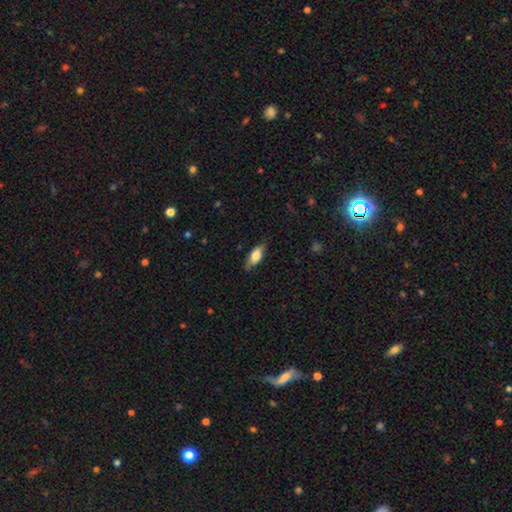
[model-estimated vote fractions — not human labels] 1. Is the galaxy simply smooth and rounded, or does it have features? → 72% smooth, 22% featured or disk, 6% star or artifact.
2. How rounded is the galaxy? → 76% in between, 21% cigar-shaped, 3% round.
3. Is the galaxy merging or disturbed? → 80% none, 16% minor disturbance, 3% major disturbance, 1% merger.